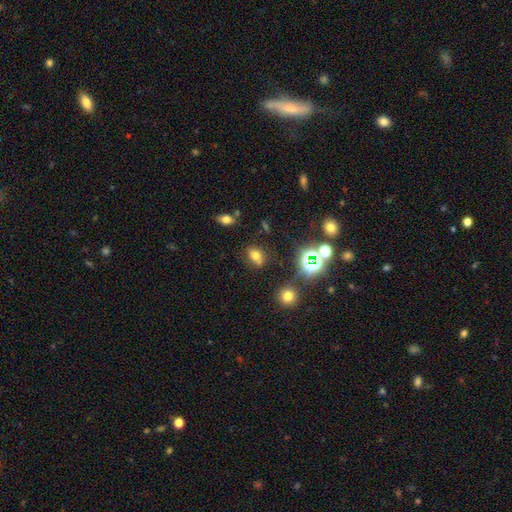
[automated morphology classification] A smooth galaxy with no disk features (62%) that is in between round and cigar-shaped (69%). Merging: none (68%).